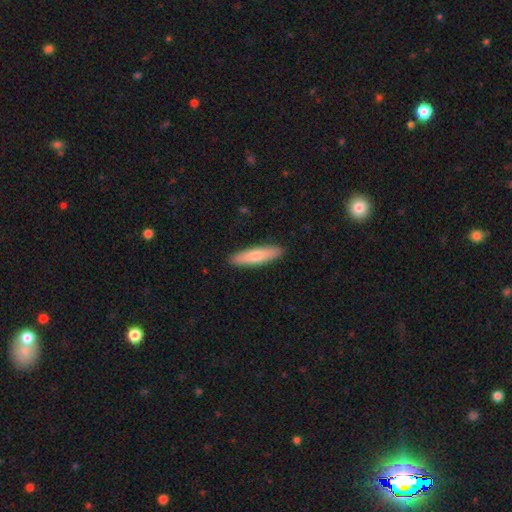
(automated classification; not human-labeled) Smooth or featured? smooth (76%)
How rounded? cigar-shaped (77%)
Merging? none (91%)